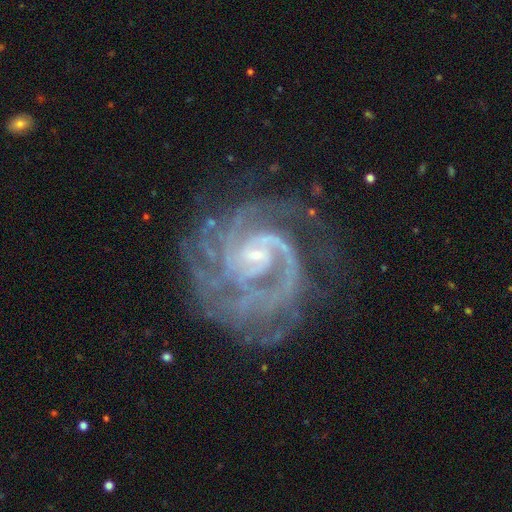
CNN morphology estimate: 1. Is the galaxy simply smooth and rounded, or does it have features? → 91% featured or disk, 6% star or artifact, 3% smooth.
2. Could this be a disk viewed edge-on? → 98% no, 2% yes.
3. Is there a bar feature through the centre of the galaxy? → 44% no, 42% weak, 14% strong.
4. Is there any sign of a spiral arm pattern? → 98% yes, 2% no.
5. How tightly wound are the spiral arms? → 60% tight, 35% medium, 5% loose.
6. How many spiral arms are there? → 34% 2, 23% 3, 16% can't tell, 11% 4, 8% more than 4, 8% 1.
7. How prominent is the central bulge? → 78% small, 13% moderate, 6% none, 1% large, 1% dominant.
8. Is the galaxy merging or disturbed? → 63% none, 18% minor disturbance, 17% major disturbance, 2% merger.